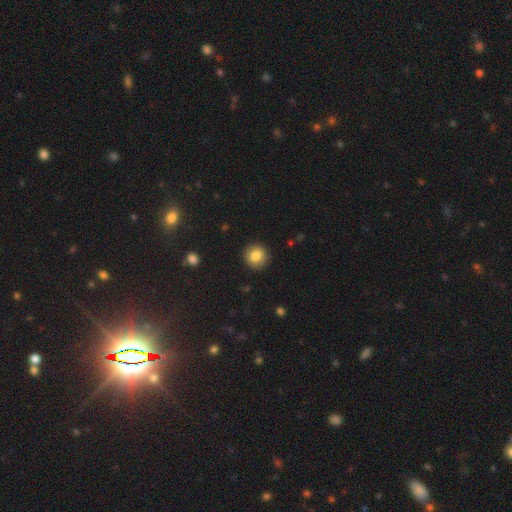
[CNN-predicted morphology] smooth 85%, star or artifact 9%, featured or disk 6%. Down the decision tree: how rounded — round (91%); merging — none (90%).